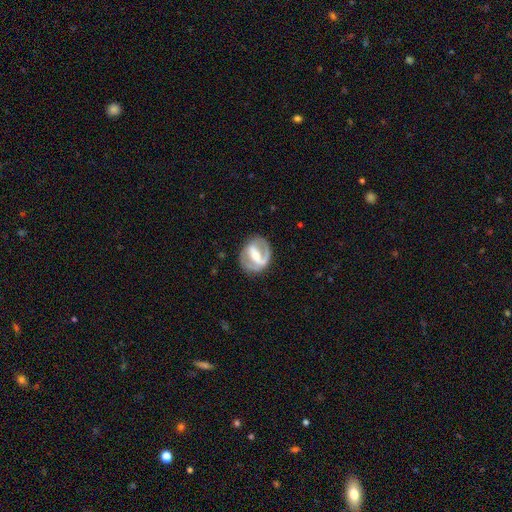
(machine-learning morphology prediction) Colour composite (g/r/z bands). It shows a featured or disk galaxy (80%) with a strong bar (63%), 2 (75%) medium (42%) spiral arms (72%) and a moderate central bulge (55%). Merging: none (77%).